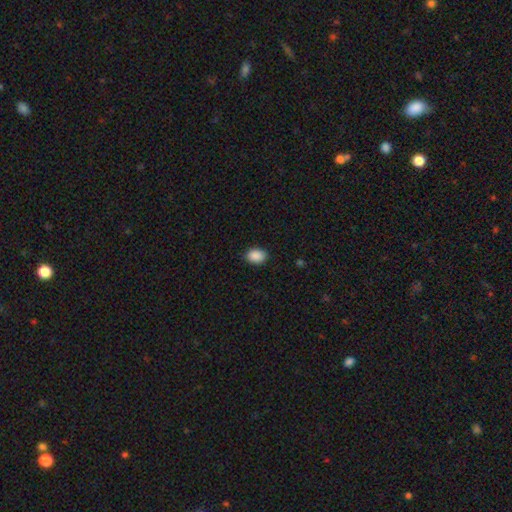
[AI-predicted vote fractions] The model was most divided on "how rounded": in between: 77%, round: 22%, cigar-shaped: 1%. More confident: smooth or featured — smooth (90%); merging — none (87%).